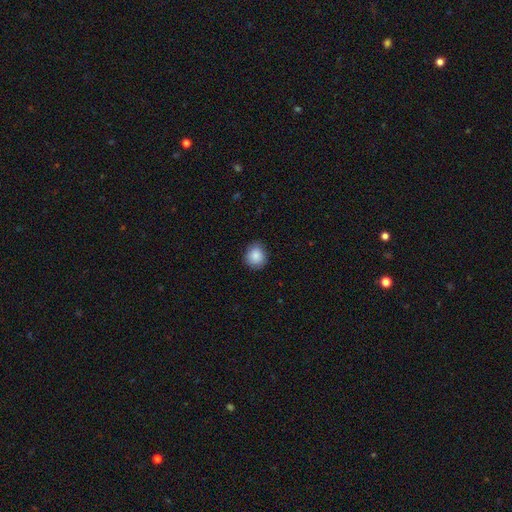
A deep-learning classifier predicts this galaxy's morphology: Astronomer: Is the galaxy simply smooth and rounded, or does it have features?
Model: smooth — 88%.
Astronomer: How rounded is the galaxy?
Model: round — 82%.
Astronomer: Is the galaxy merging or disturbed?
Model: none — 83%.